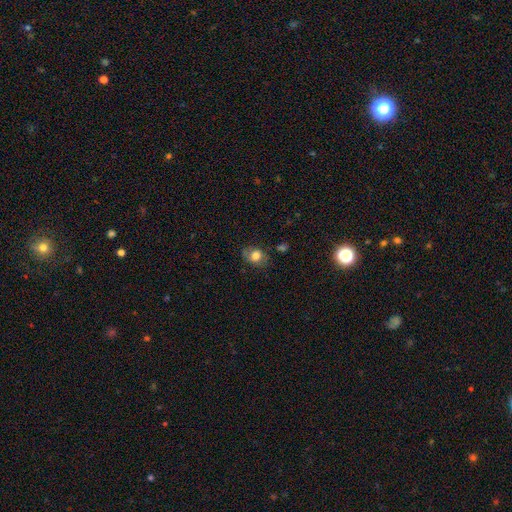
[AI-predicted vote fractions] This appears to be a smooth galaxy with no disk features (73%) that is in between round and cigar-shaped (58%). Merging: none (70%).